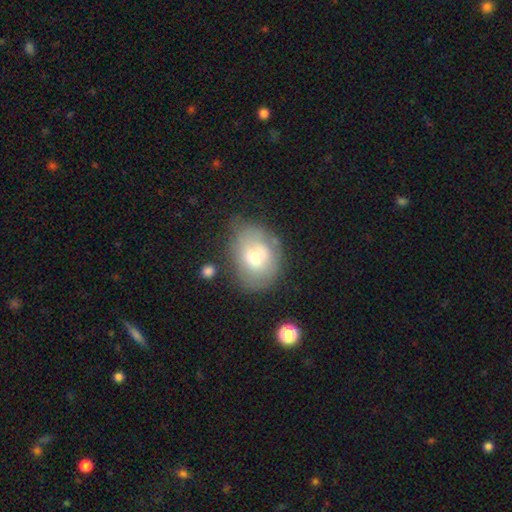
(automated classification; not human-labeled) This is likely a smooth galaxy (65%). How rounded: possibly in between (57%). Merging: possibly none (60%).